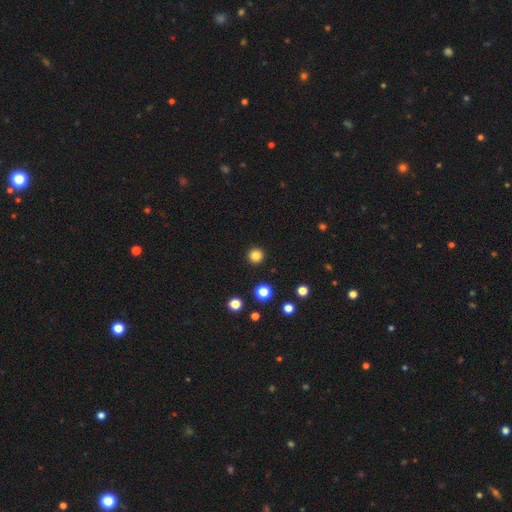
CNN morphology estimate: type=smooth (84%); roundness=round (96%); merging=none (93%).